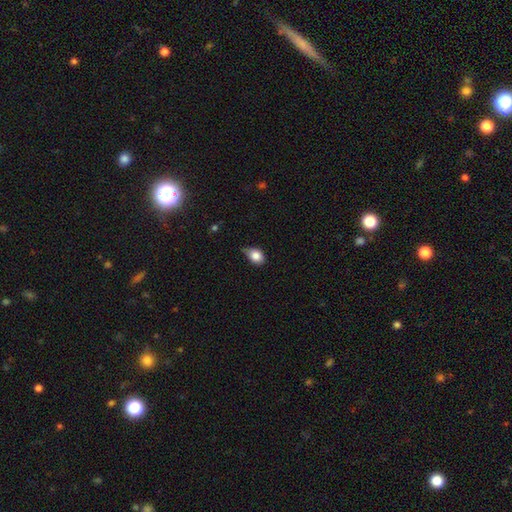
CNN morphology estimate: Q: Smooth or featured?
A: smooth (83%); runner-up: star or artifact (9%)
Q: How rounded?
A: in between (70%); runner-up: round (28%)
Q: Merging?
A: minor disturbance (46%); runner-up: none (43%)